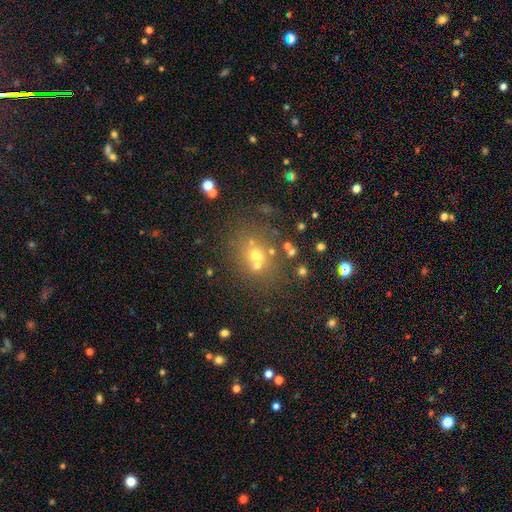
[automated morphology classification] Q: Smooth or featured?
A: smooth (49%); runner-up: star or artifact (28%)
Q: Merging?
A: none (52%); runner-up: merger (31%)